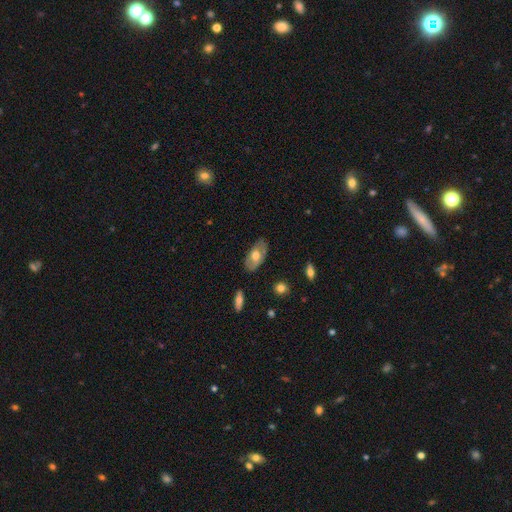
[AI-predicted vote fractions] Morphology: type=smooth (47%); merging=none (77%).